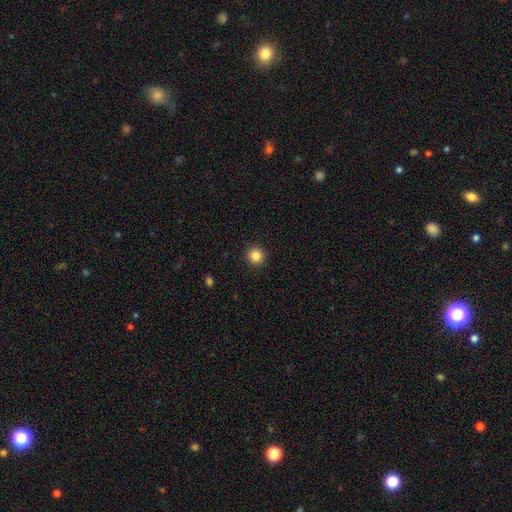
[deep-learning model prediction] smooth-or-featured: smooth: 85% | star or artifact: 11% | featured or disk: 4%
  how-rounded: round: 94% | in between: 5% | cigar-shaped: 1%
  merging: none: 92% | minor disturbance: 5% | major disturbance: 2% | merger: 1%